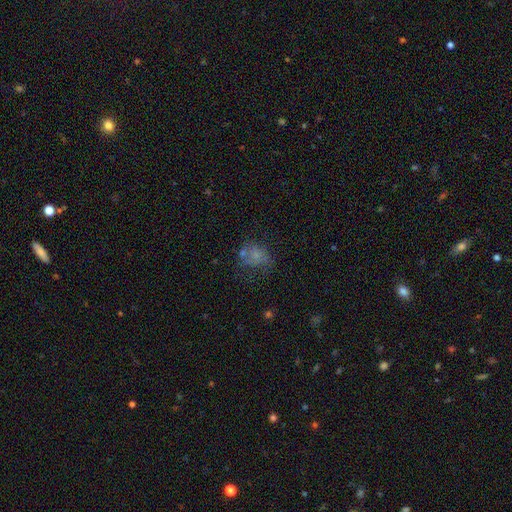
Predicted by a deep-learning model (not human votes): smooth 60%, featured or disk 24%, star or artifact 16%. Down the decision tree: how rounded — in between (52%); merging — none (39%).